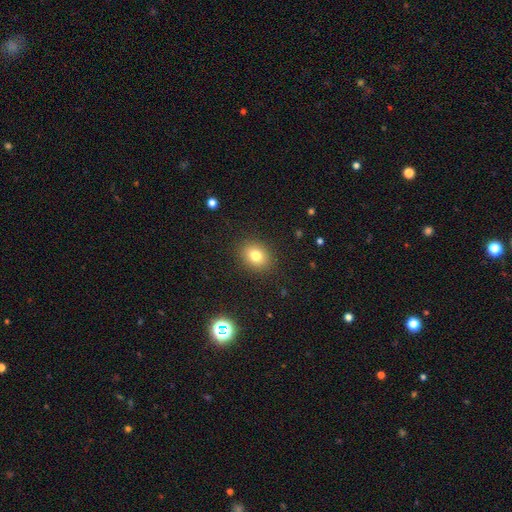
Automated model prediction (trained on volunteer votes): A smooth galaxy with no disk features (79%) that is round (52%). Merging: none (88%).